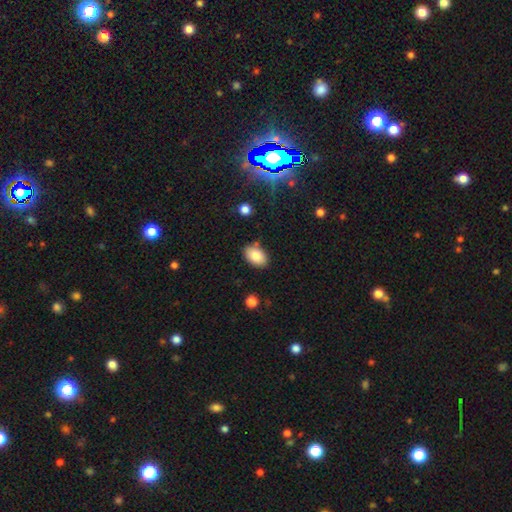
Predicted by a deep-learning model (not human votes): smooth 83%, featured or disk 9%, star or artifact 8%. Down the decision tree: how rounded — in between (89%); merging — none (82%).